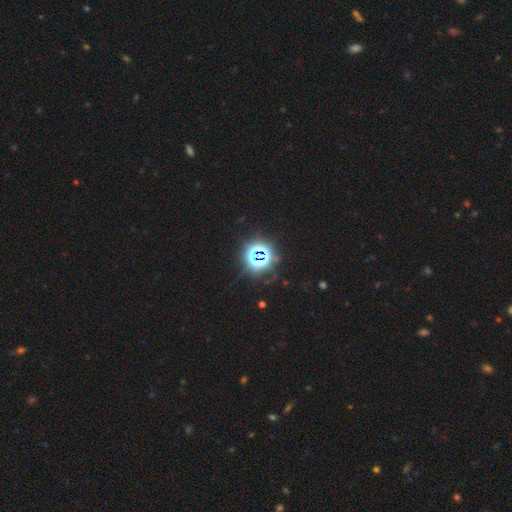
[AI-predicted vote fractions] This appears to be a star or artifact, not a galaxy (78%).